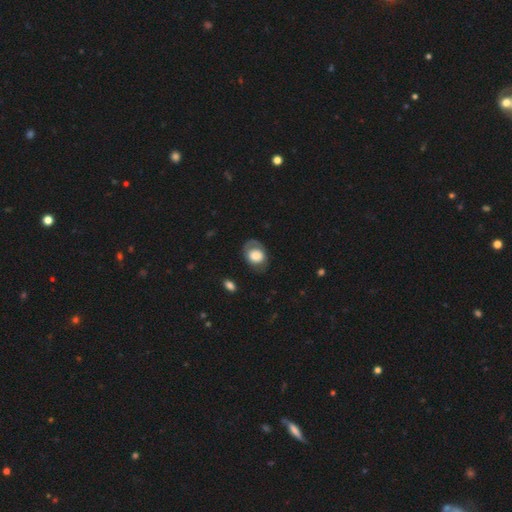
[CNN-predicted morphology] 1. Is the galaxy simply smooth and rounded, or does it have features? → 61% smooth, 31% featured or disk, 7% star or artifact.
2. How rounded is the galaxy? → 55% in between, 44% round, 1% cigar-shaped.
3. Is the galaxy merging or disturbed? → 56% none, 24% minor disturbance, 18% major disturbance, 2% merger.